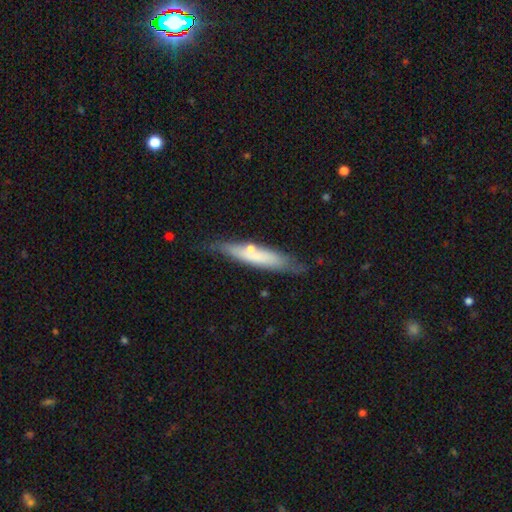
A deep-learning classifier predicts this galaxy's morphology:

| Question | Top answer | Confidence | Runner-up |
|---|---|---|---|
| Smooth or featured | smooth | 54% | featured or disk (39%) |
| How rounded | cigar-shaped | 84% | in between (14%) |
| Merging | none | 70% | minor disturbance (19%) |